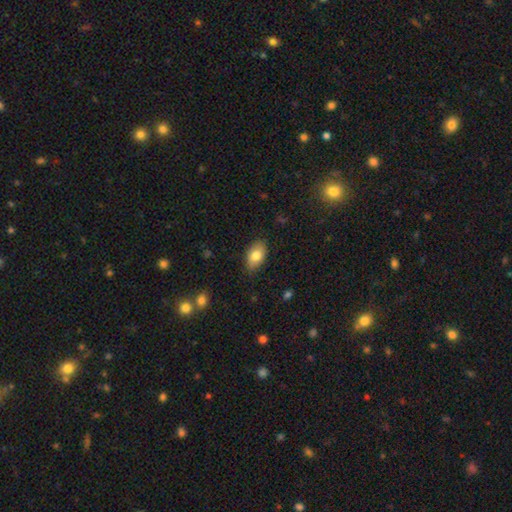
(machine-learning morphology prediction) Q: Smooth or featured?
A: smooth (82%); runner-up: featured or disk (11%)
Q: How rounded?
A: in between (92%); runner-up: round (6%)
Q: Merging?
A: none (83%); runner-up: minor disturbance (13%)